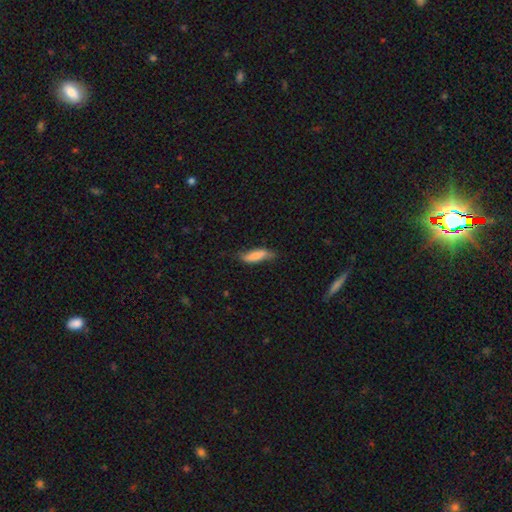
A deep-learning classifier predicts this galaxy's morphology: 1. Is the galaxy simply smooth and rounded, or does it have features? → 68% smooth, 25% featured or disk, 6% star or artifact.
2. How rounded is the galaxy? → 49% cigar-shaped (tied), 49% in between (tied), 2% round.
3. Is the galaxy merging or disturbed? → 60% none, 31% minor disturbance, 8% major disturbance, 2% merger.